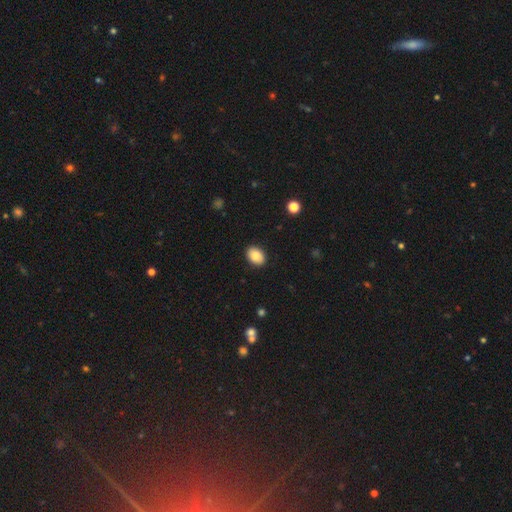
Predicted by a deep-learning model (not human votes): Q: Smooth or featured?
A: smooth (84%); runner-up: featured or disk (8%)
Q: How rounded?
A: in between (78%); runner-up: round (21%)
Q: Merging?
A: none (90%); runner-up: minor disturbance (7%)